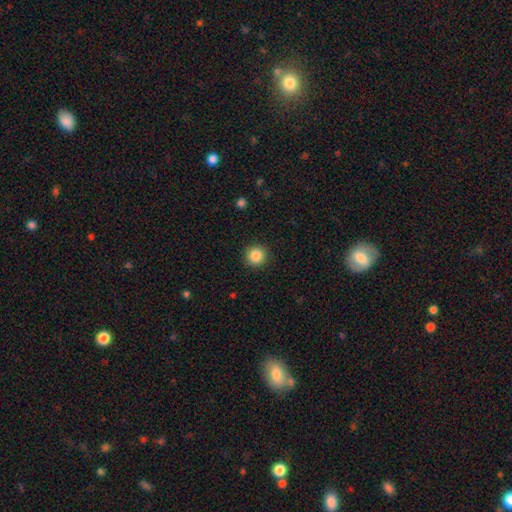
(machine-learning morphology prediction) Overall: smooth (85%). How rounded: round (95%). Merging: none (92%).